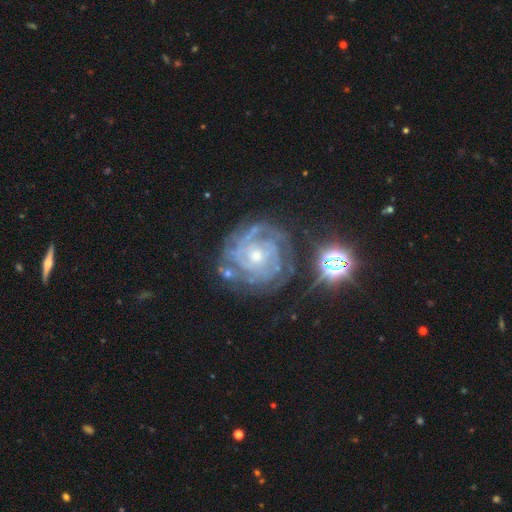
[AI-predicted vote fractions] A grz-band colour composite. It shows a featured or disk galaxy (85%) with no bar (77%), tight (77%) spiral arms (95%) and a small central bulge (61%). Merging: none (70%).